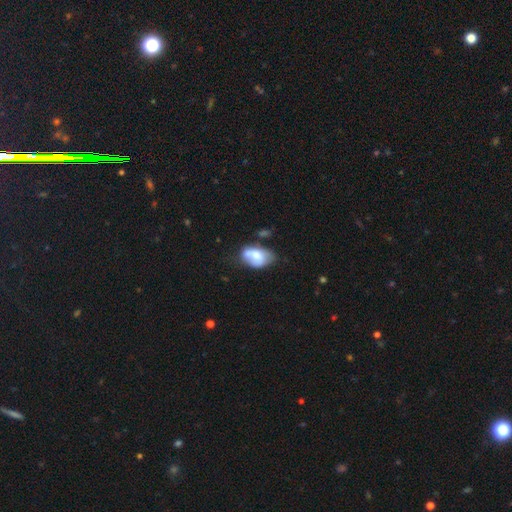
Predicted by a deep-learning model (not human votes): Smooth or featured?
  - smooth: 60% *
  - featured or disk: 33%
  - star or artifact: 7%
How rounded?
  - in between: 89% *
  - round: 9%
  - cigar-shaped: 2%
Merging?
  - none: 34% *
  - minor disturbance: 33%
  - merger: 19%
  - major disturbance: 14%